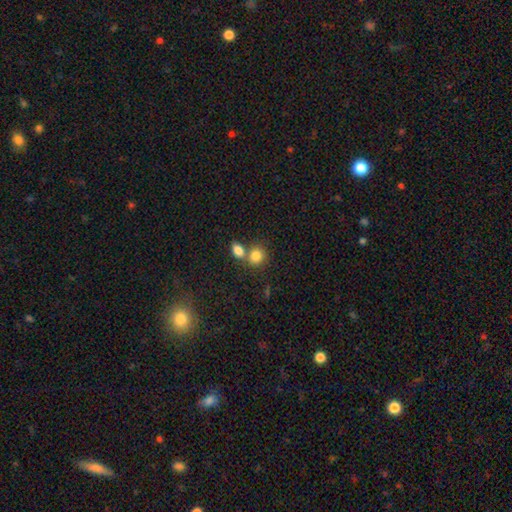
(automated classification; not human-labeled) Q: Smooth or featured?
A: smooth (83%); runner-up: star or artifact (10%)
Q: How rounded?
A: round (66%); runner-up: in between (33%)
Q: Merging?
A: none (45%); runner-up: merger (43%)